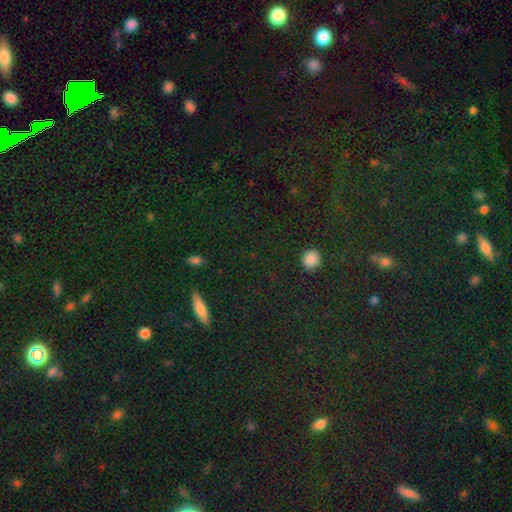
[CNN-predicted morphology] Smooth or featured: star or artifact — 56% (smooth — 31%)